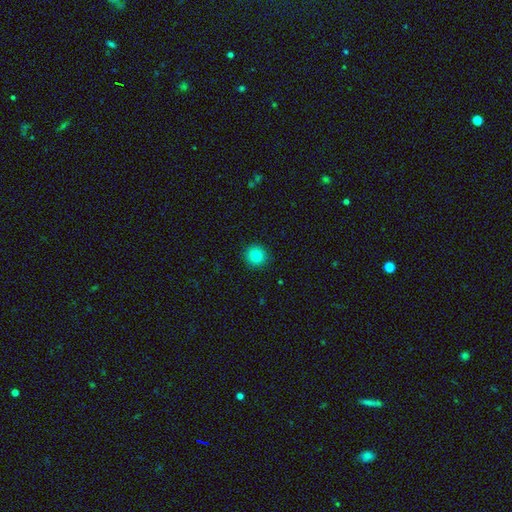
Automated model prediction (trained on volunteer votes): smooth 83%, star or artifact 11%, featured or disk 5%. Down the decision tree: how rounded — round (95%); merging — none (92%).